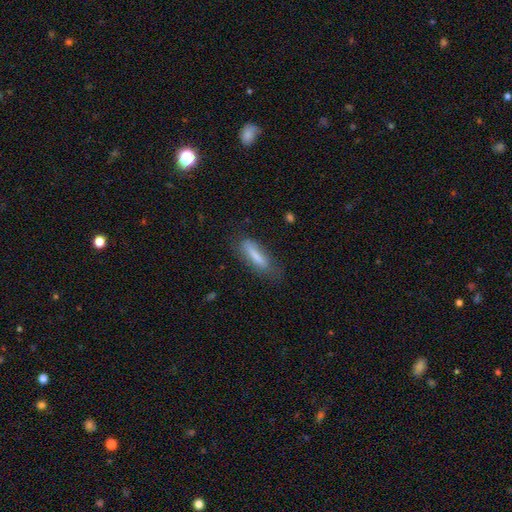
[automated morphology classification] A smooth galaxy with no disk features (74%) that is cigar-shaped (69%). Merging: none (66%).